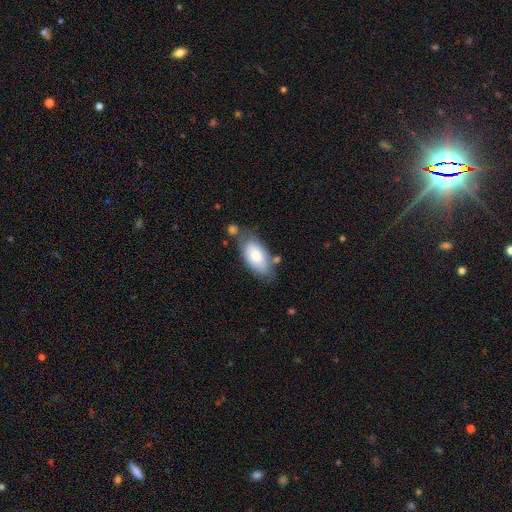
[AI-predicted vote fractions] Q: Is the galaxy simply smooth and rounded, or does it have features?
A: smooth — 76%.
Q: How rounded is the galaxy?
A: in between — 93%.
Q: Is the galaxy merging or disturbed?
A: none — 61%.